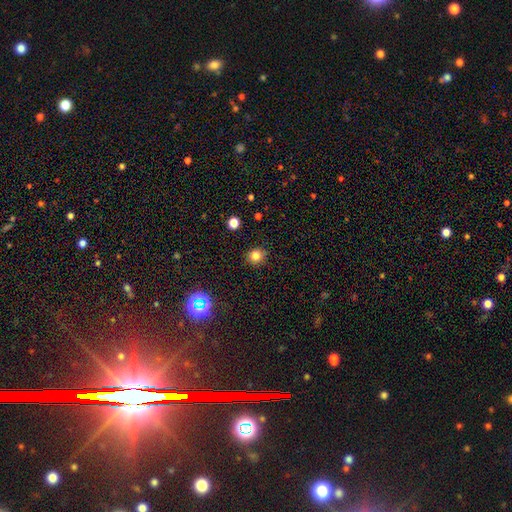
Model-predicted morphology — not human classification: This appears to be a smooth galaxy with no disk features (78%) that is round (85%). Merging: none (87%).